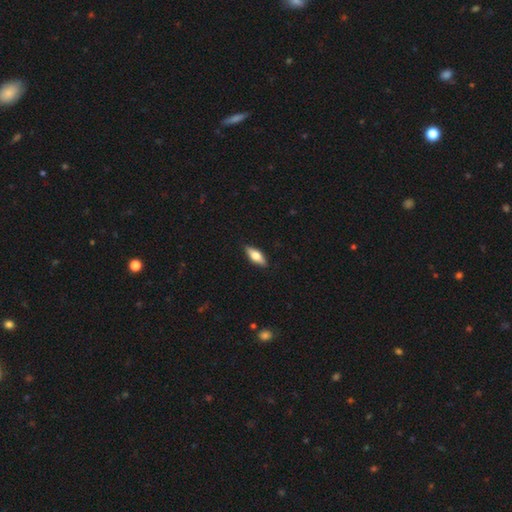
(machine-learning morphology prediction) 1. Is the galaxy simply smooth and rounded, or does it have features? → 62% smooth, 33% featured or disk, 6% star or artifact.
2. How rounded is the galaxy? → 71% in between, 26% cigar-shaped, 3% round.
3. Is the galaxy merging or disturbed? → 89% none, 9% minor disturbance, 2% major disturbance, 1% merger.